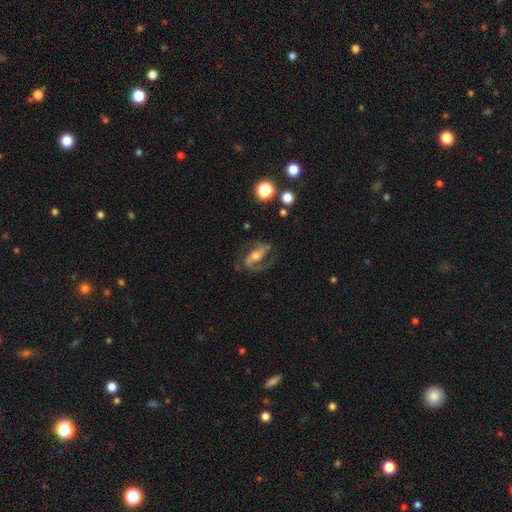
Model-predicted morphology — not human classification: Smooth or featured? Predicted: featured or disk (p=0.85). Edge-on disk? Predicted: no (p=0.96). Bar? Predicted: strong (p=0.41). Spiral arms? Predicted: yes (p=0.96). Spiral winding? Predicted: medium (p=0.54). Spiral arm count? Predicted: 2 (p=0.87). Bulge size? Predicted: moderate (p=0.62). Merging? Predicted: none (p=0.70).